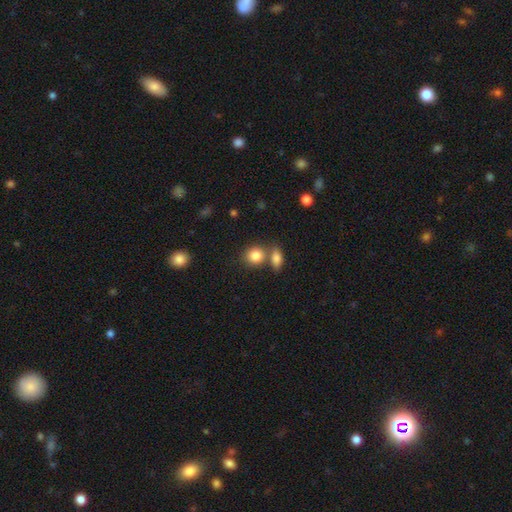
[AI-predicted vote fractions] Overall: smooth (84%). How rounded: round (70%). Merging: none (53%; merger 34%).